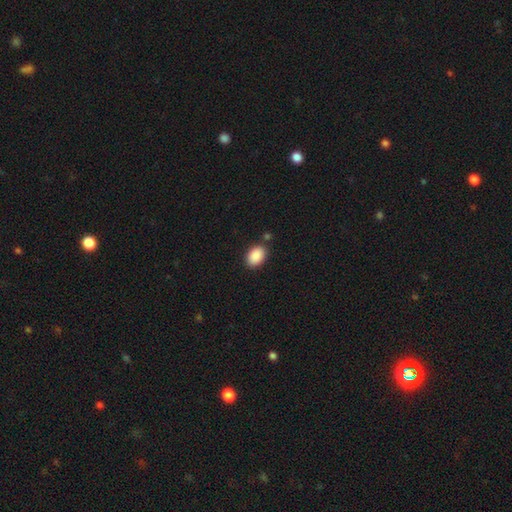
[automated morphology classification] smooth 90%, star or artifact 7%, featured or disk 3%. Down the decision tree: how rounded — in between (87%); merging — none (82%).